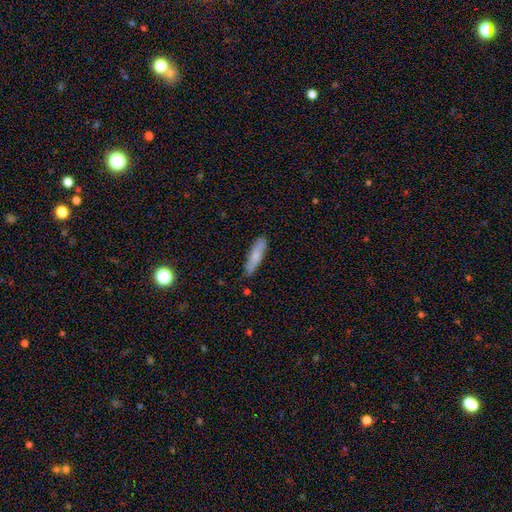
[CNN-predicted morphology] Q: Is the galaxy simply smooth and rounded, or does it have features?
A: smooth — 75%.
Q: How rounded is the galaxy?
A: cigar-shaped — 74%.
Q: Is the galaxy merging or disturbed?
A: none — 82%.